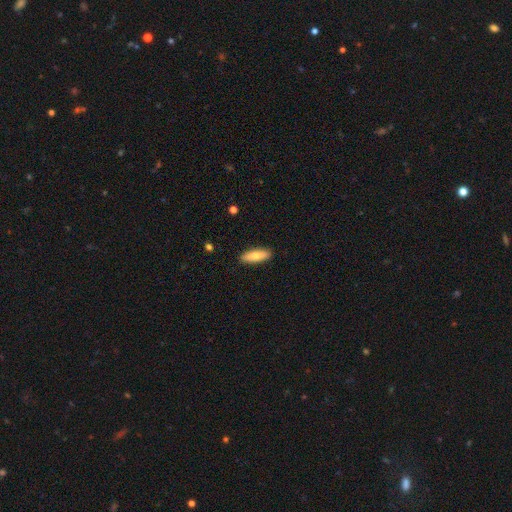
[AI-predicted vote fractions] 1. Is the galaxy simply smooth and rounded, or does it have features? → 76% smooth, 19% featured or disk, 6% star or artifact.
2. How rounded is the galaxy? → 49% in between, 48% cigar-shaped, 2% round.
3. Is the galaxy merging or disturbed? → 90% none, 8% minor disturbance, 2% major disturbance, 1% merger.